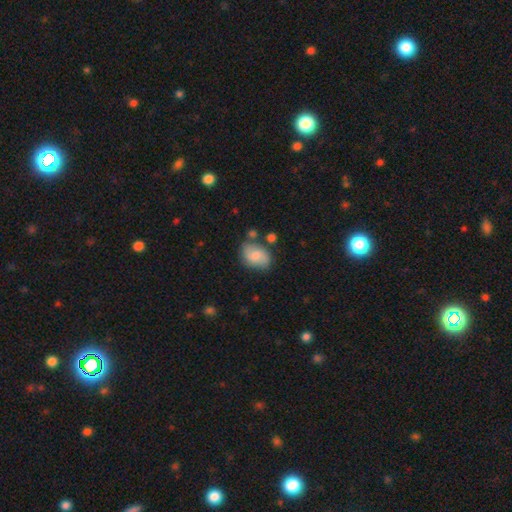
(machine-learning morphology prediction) Smooth or featured? smooth (56%)
How rounded? in between (75%)
Merging? none (65%)